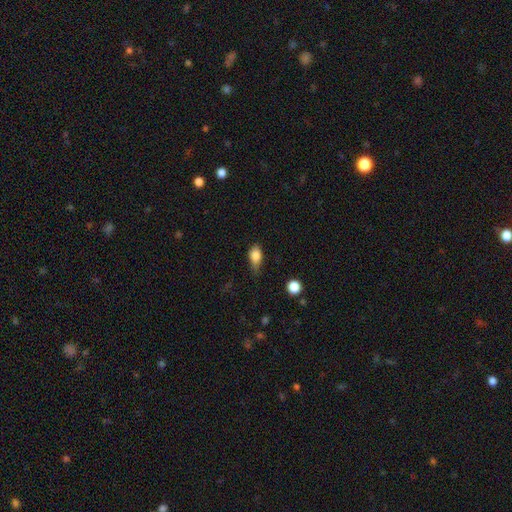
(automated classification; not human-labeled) Q: Smooth or featured?
A: smooth (81%); runner-up: featured or disk (10%)
Q: How rounded?
A: in between (78%); runner-up: round (15%)
Q: Merging?
A: none (43%); runner-up: minor disturbance (42%)